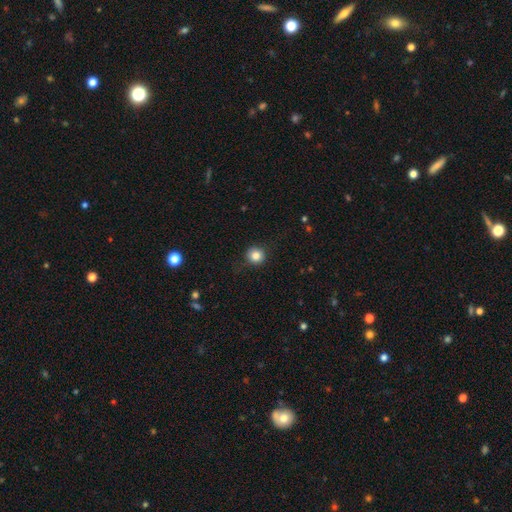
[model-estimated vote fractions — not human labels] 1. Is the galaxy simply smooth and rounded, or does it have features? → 82% smooth, 11% star or artifact, 7% featured or disk.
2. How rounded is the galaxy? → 92% round, 7% in between, 1% cigar-shaped.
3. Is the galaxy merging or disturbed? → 87% none, 9% minor disturbance, 3% major disturbance, 1% merger.